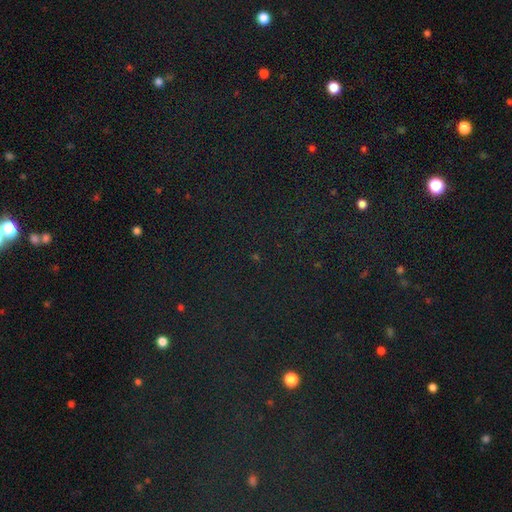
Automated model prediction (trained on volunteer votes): Overall: star or artifact (80%).